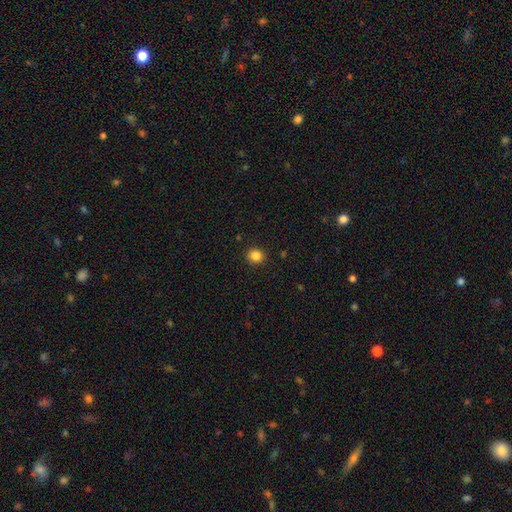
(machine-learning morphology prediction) The model was most divided on "smooth or featured": smooth: 84%, star or artifact: 12%, featured or disk: 4%. More confident: merging — none (92%); how rounded — round (86%).